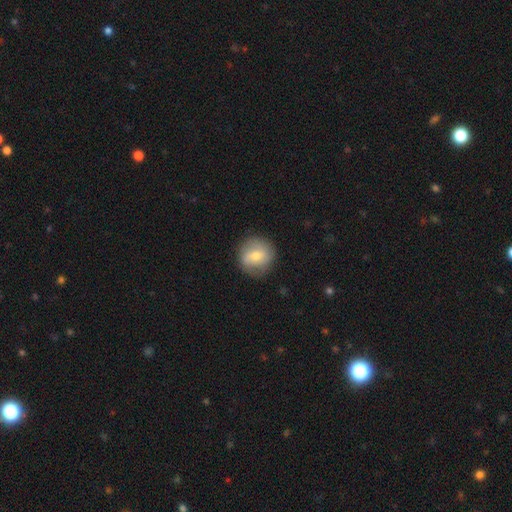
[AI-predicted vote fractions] This is likely a smooth galaxy (62%). How rounded: clearly round (89%). Merging: clearly none (83%).